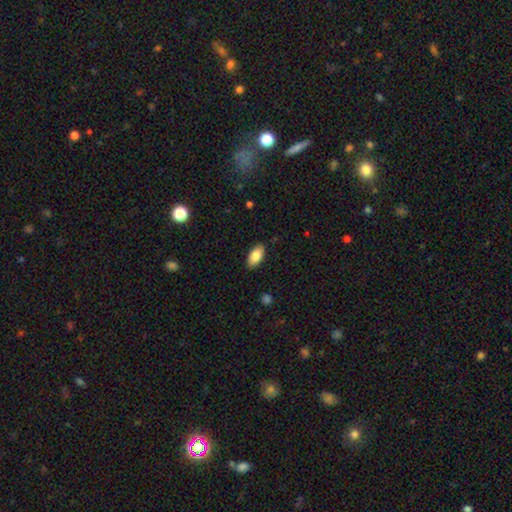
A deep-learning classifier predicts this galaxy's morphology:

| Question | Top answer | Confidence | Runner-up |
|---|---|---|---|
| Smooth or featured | smooth | 84% | featured or disk (9%) |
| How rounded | in between | 93% | cigar-shaped (4%) |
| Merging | none | 88% | minor disturbance (9%) |